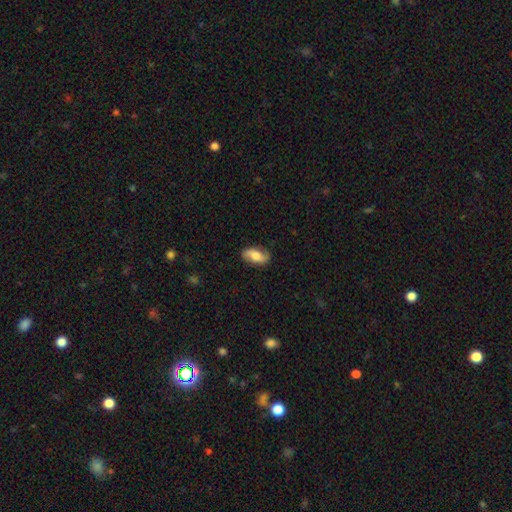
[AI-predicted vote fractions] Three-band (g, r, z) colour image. It shows a smooth galaxy with no disk features (50%). Merging: none (80%).